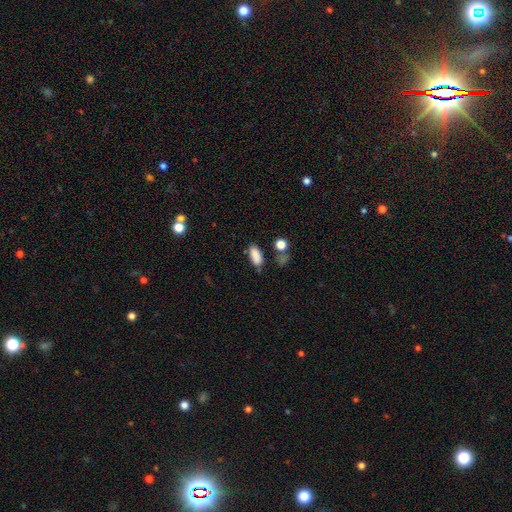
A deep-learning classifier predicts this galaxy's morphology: Smooth or featured: smooth — 85% (star or artifact — 9%)
How rounded: in between — 87% (cigar-shaped — 8%)
Merging: none — 68% (minor disturbance — 18%)